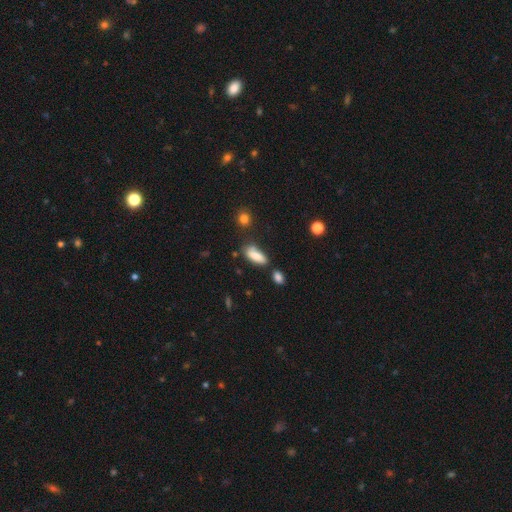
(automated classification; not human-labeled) Smooth or featured? smooth (80%)
How rounded? in between (75%)
Merging? none (57%)